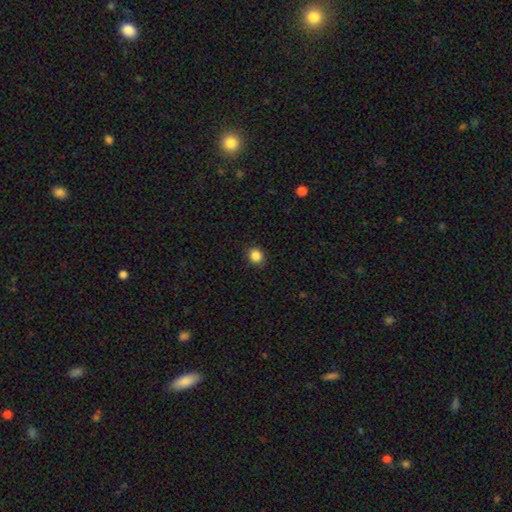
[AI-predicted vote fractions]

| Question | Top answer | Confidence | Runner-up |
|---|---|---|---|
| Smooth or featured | smooth | 86% | star or artifact (10%) |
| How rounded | round | 73% | in between (26%) |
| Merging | none | 90% | minor disturbance (7%) |